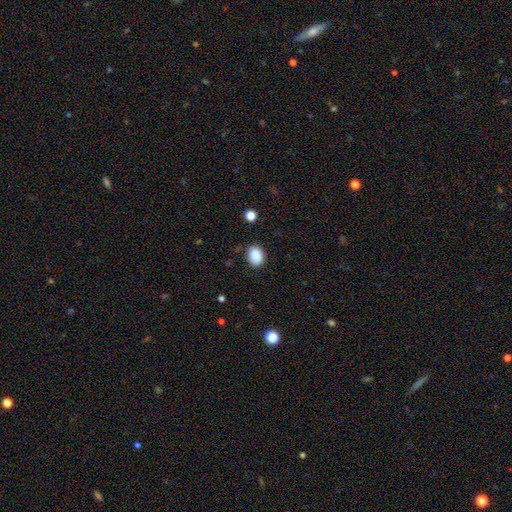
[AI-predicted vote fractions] smooth_or_featured: smooth (p=0.89) [alt: star or artifact p=0.08]
how_rounded: in between (p=0.70) [alt: round p=0.29]
merging: none (p=0.82) [alt: minor disturbance p=0.13]